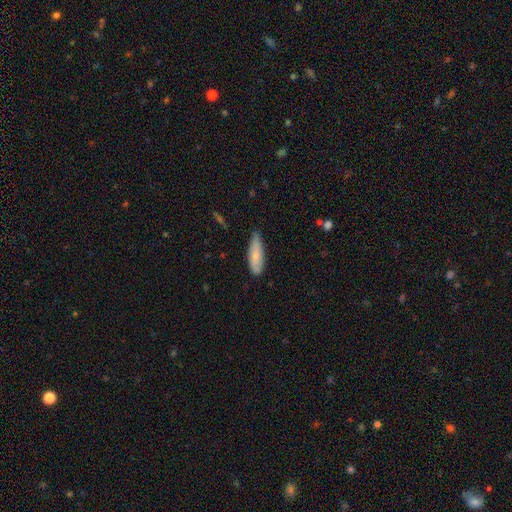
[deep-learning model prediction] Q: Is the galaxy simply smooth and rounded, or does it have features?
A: smooth — 74%.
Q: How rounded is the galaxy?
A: cigar-shaped — 51%.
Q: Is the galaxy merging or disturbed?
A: none — 72%.